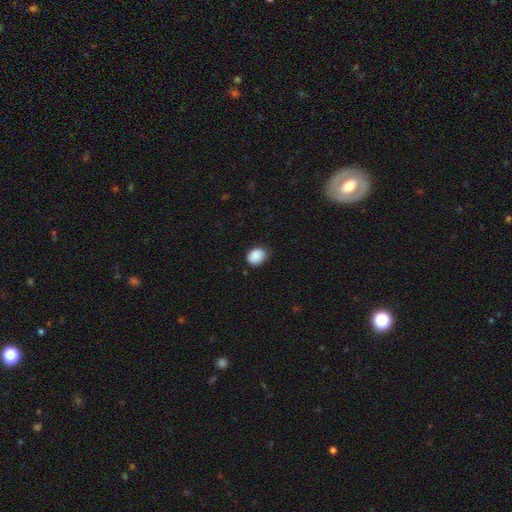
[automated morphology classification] Q: Smooth or featured?
A: smooth (88%); runner-up: star or artifact (8%)
Q: How rounded?
A: in between (50%); runner-up: round (49%)
Q: Merging?
A: none (75%); runner-up: minor disturbance (20%)